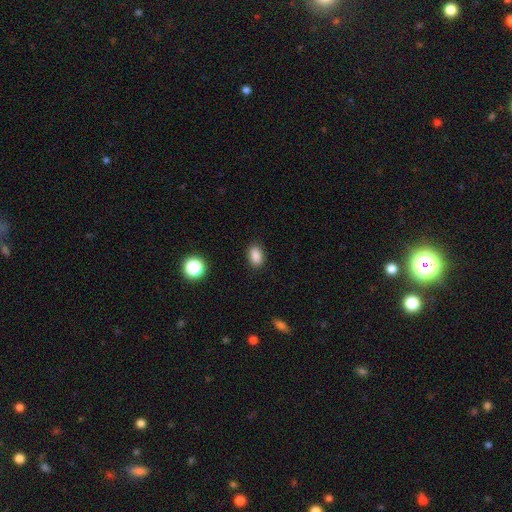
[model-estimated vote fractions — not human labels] Smooth or featured? smooth (86%)
How rounded? in between (84%)
Merging? none (87%)